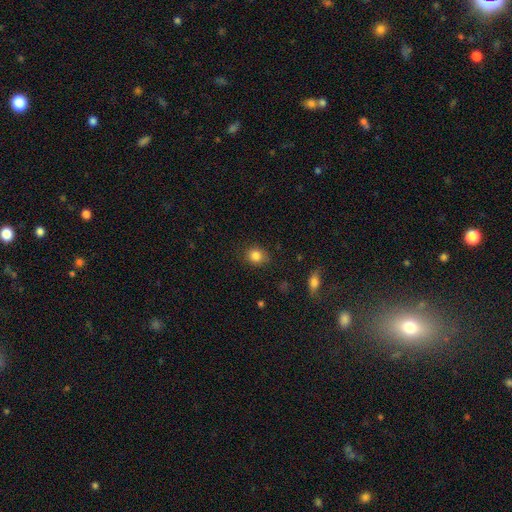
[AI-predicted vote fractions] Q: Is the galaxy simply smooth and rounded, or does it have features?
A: smooth — 85%.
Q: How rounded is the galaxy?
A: round — 71%.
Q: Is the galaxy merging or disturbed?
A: none — 83%.